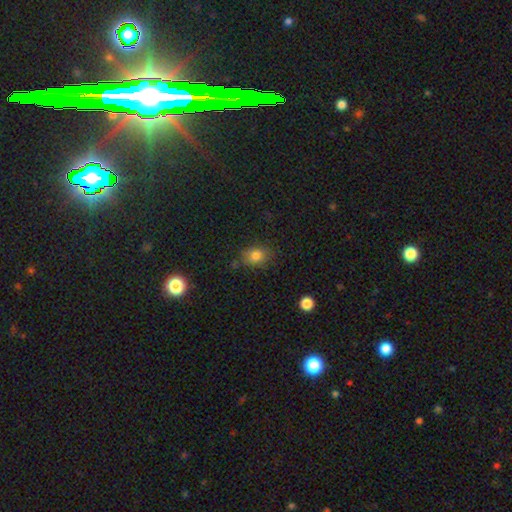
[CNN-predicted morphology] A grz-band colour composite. It shows a smooth galaxy with no disk features (79%) that is in between round and cigar-shaped (58%). Merging: none (73%).